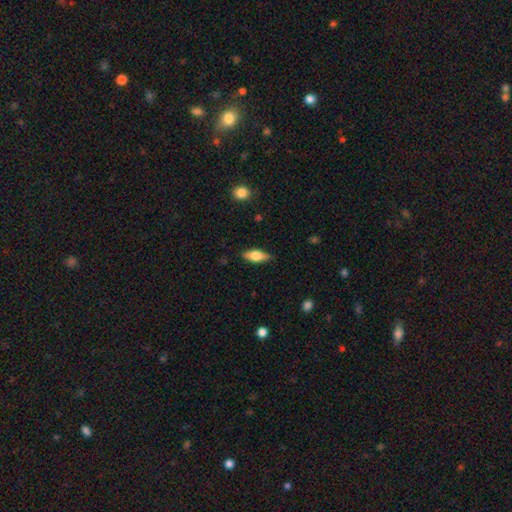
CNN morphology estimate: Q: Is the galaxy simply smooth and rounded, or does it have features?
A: smooth — 66%.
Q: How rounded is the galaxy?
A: in between — 74%.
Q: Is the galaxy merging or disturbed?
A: none — 86%.